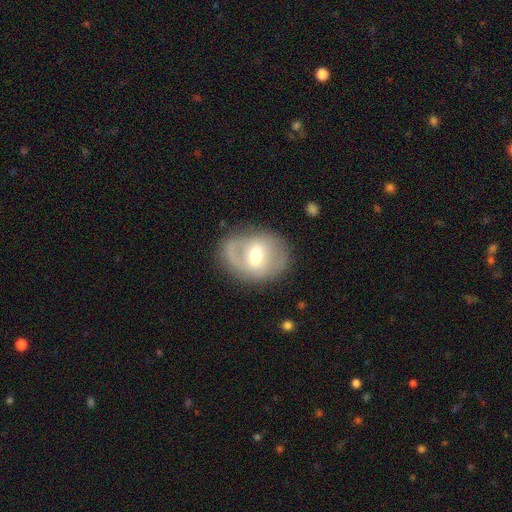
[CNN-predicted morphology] smooth_or_featured: featured or disk (p=0.64) [alt: smooth p=0.30]
disk_edge_on: no (p=0.95) [alt: yes p=0.05]
bar: weak (p=0.48) [alt: no p=0.28]
has_spiral_arms: yes (p=0.62) [alt: no p=0.38]
bulge_size: moderate (p=0.66) [alt: small p=0.26]
merging: none (p=0.71) [alt: minor disturbance p=0.18]